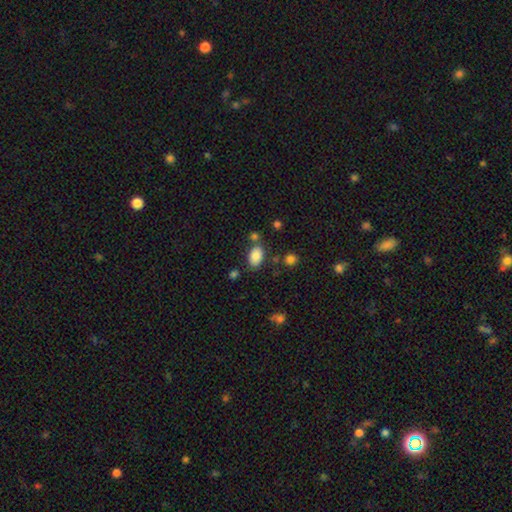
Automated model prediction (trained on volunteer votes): smooth_or_featured: smooth (p=0.85) [alt: star or artifact p=0.08]
how_rounded: in between (p=0.90) [alt: round p=0.09]
merging: none (p=0.70) [alt: minor disturbance p=0.15]